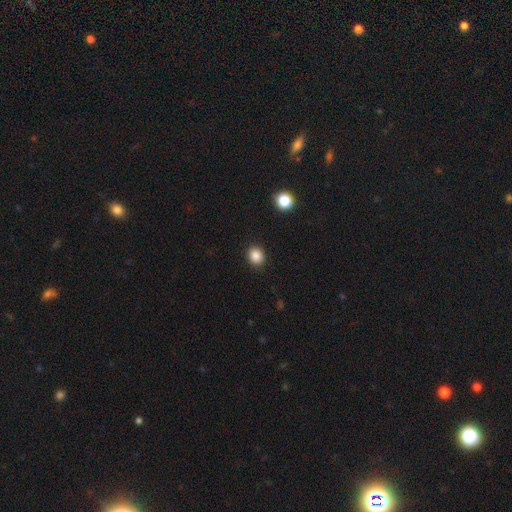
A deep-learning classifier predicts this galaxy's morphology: This is clearly a smooth galaxy (86%). How rounded: likely round (74%). Merging: clearly none (91%).